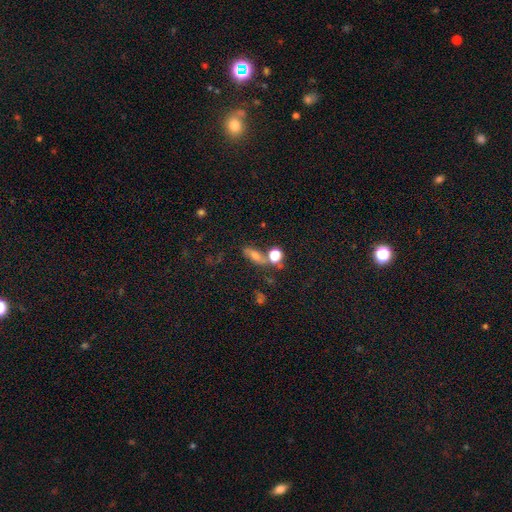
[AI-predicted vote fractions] A smooth galaxy with no disk features (49%). Merging: none (55%).